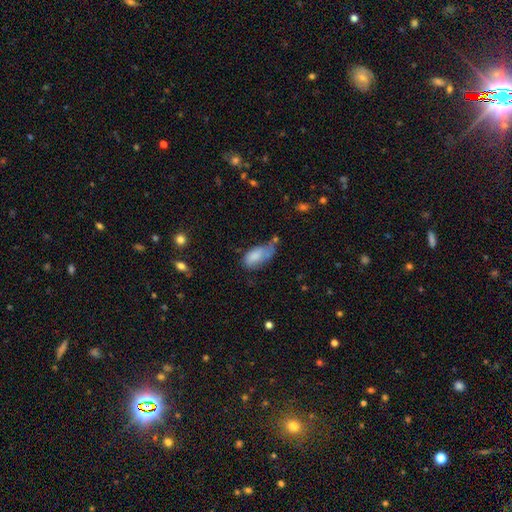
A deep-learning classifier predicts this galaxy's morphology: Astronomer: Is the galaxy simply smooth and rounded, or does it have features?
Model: smooth — 79%.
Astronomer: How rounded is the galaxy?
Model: in between — 91%.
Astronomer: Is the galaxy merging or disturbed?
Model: minor disturbance — 37% (runner-up: none, 28%).